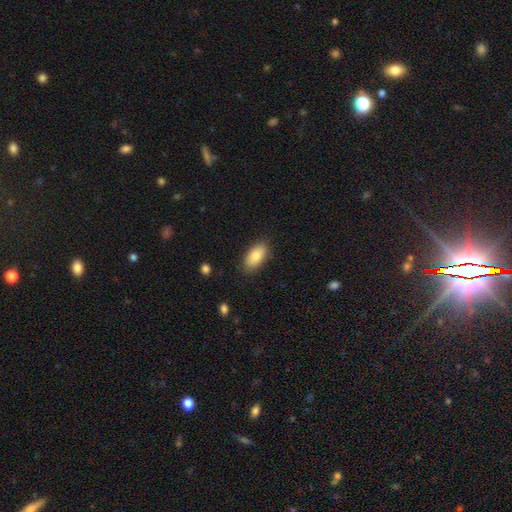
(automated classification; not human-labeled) Smooth or featured: smooth — 84% (featured or disk — 9%)
How rounded: in between — 92% (cigar-shaped — 5%)
Merging: none — 85% (minor disturbance — 11%)